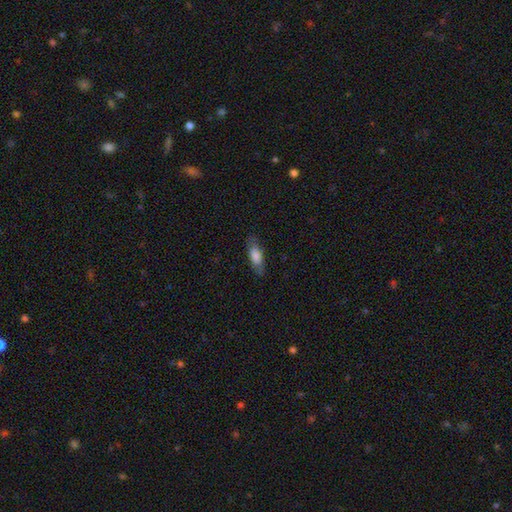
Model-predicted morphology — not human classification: Smooth or featured?
  - smooth: 73% *
  - featured or disk: 20%
  - star or artifact: 7%
How rounded?
  - in between: 63% *
  - cigar-shaped: 35%
  - round: 2%
Merging?
  - none: 79% *
  - minor disturbance: 15%
  - major disturbance: 4%
  - merger: 1%